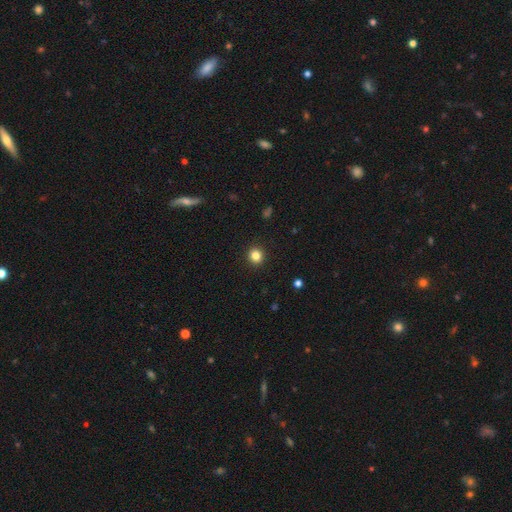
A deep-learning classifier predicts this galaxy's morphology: This appears to be a smooth galaxy with no disk features (83%) that is round (89%). Merging: none (92%).